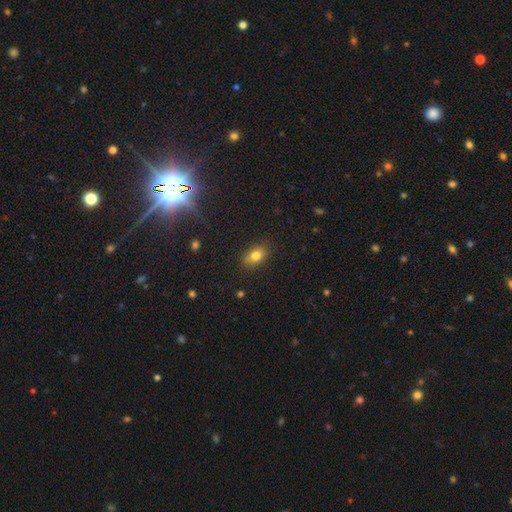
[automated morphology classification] This appears to be a smooth galaxy with no disk features (80%) that is in between round and cigar-shaped (79%). Merging: none (81%).